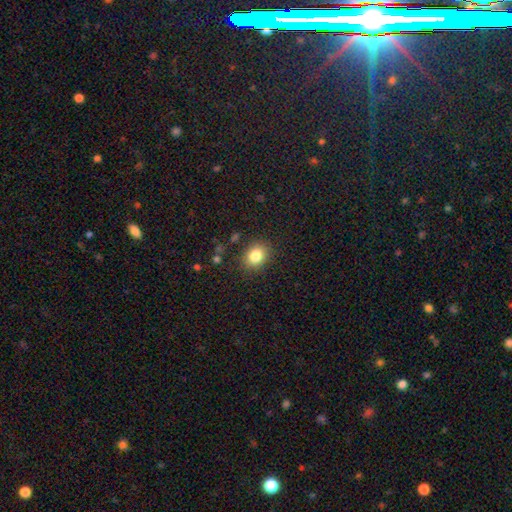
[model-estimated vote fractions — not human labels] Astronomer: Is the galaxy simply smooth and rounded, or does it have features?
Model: smooth — 83%.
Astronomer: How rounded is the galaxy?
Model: round — 50% (runner-up: in between, 49%).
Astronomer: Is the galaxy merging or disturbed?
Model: none — 86%.